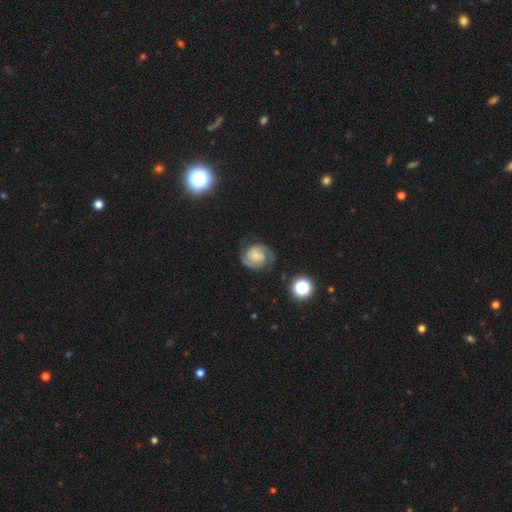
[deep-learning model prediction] Overall: featured or disk (82%). Edge-on disk: no (98%). Bar: no (57%; weak 35%). Spiral arms: yes (96%). Spiral arm count: 2 (81%). Spiral winding: tight (52%; medium 39%). Bulge size: small (59%; moderate 23%). Merging: none (71%).